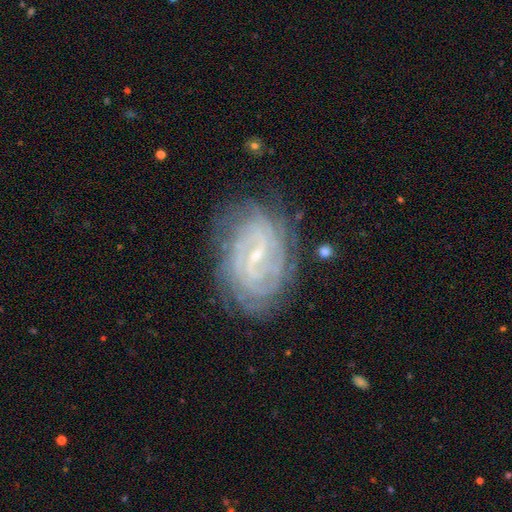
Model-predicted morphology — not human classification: smooth-or-featured: featured or disk: 87% | smooth: 7% | star or artifact: 6%
  disk-edge-on: no: 97% | yes: 3%
    bar: weak: 47% | strong: 37% | no: 16%
    has-spiral-arms: yes: 96% | no: 4%
      spiral-winding: tight: 78% | medium: 19% | loose: 4%
      spiral-arm-count: can't tell: 34% | 4: 18% | 2: 18% | 3: 12% | more than 4: 11% | 1: 6%
    bulge-size: small: 80% | moderate: 16% | none: 3% | large: 1% | dominant: 1%
  merging: none: 79% | minor disturbance: 15% | major disturbance: 5% | merger: 2%